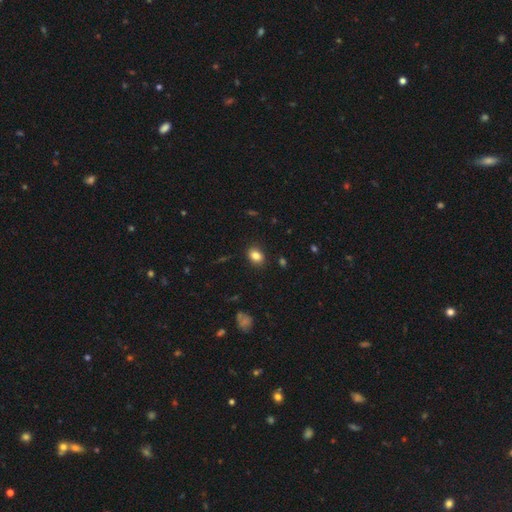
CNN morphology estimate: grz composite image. It shows a smooth galaxy with no disk features (84%) that is in between round and cigar-shaped (64%). Merging: none (87%).